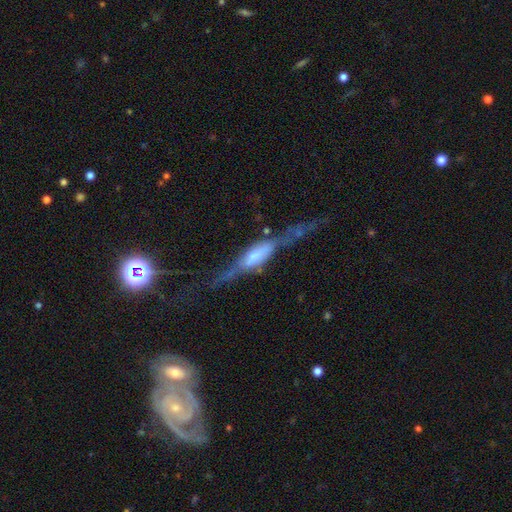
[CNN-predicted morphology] featured or disk 72%, smooth 21%, star or artifact 7%. Down the decision tree: edge-on disk — yes (89%); edge-on bulge — boxy (51%); merging — none (50%).